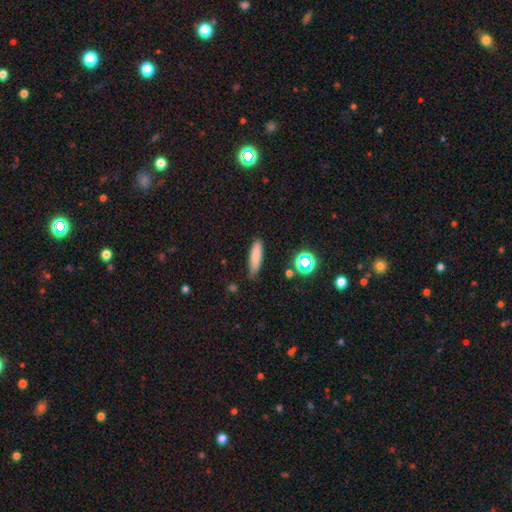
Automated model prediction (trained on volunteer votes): smooth_or_featured: smooth (p=0.79) [alt: star or artifact p=0.11]
how_rounded: cigar-shaped (p=0.69) [alt: in between p=0.28]
merging: none (p=0.78) [alt: minor disturbance p=0.16]